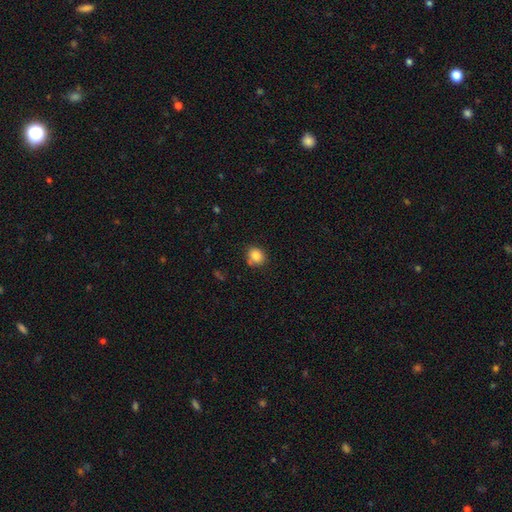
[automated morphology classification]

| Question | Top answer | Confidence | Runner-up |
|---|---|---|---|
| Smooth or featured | smooth | 84% | star or artifact (10%) |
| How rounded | round | 71% | in between (28%) |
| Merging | none | 73% | minor disturbance (17%) |